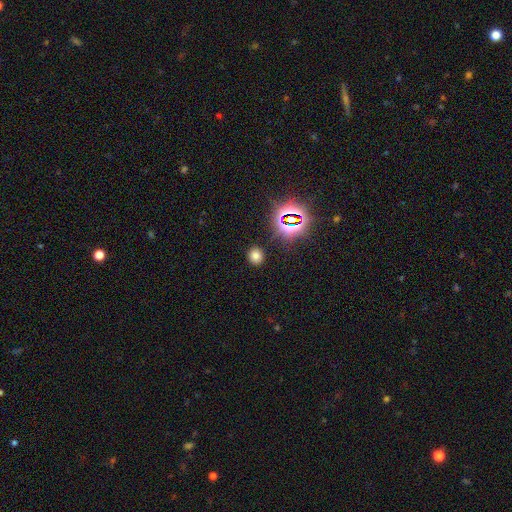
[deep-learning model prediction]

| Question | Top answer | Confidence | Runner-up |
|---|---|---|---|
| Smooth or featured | smooth | 70% | star or artifact (24%) |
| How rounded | round | 78% | in between (20%) |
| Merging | none | 88% | minor disturbance (7%) |